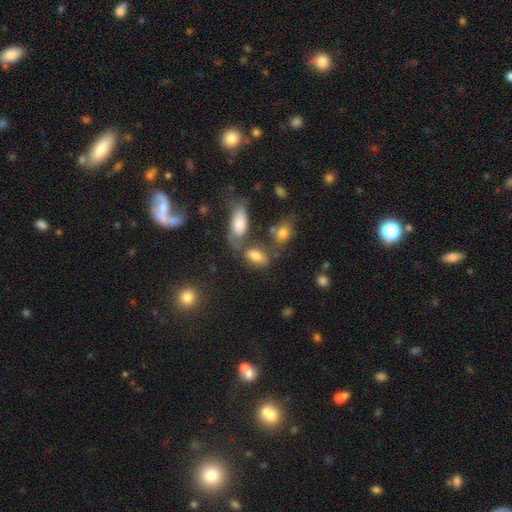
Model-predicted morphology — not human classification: A smooth galaxy with no disk features (75%) that is in between round and cigar-shaped (89%).

Vote fractions:
- Smooth or featured? smooth: 75% / featured or disk: 15% / star or artifact: 10%
- How rounded? in between: 89% / cigar-shaped: 6% / round: 6%
- Merging? none: 47% / merger: 28% / minor disturbance: 16% / major disturbance: 9%